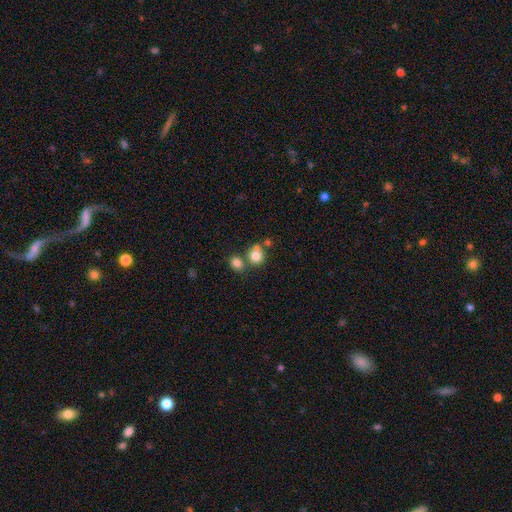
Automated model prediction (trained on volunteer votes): A smooth galaxy with no disk features (80%) that is round (82%).

Vote fractions:
- Smooth or featured? smooth: 80% / star or artifact: 11% / featured or disk: 9%
- How rounded? round: 82% / in between: 17% / cigar-shaped: 1%
- Merging? none: 53% / merger: 34% / minor disturbance: 9% / major disturbance: 4%